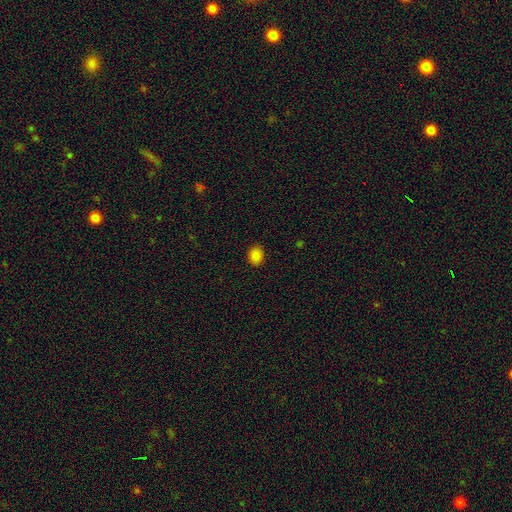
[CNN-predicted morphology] smooth_or_featured: smooth (p=0.85) [alt: star or artifact p=0.12]
how_rounded: round (p=0.50) [alt: in between p=0.49]
merging: none (p=0.89) [alt: minor disturbance p=0.08]